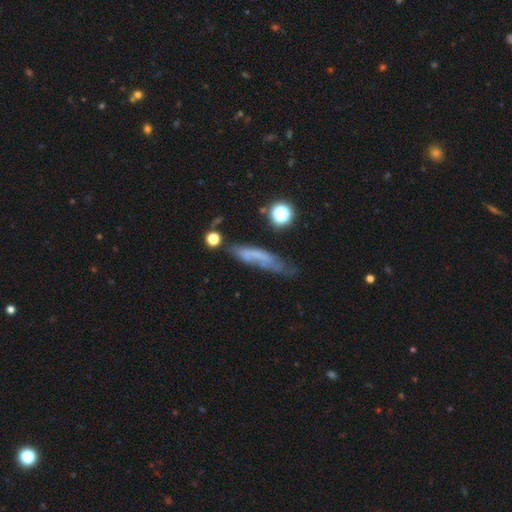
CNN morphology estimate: A smooth galaxy with no disk features (47%).

Vote fractions:
- Smooth or featured? smooth: 47% / featured or disk: 39% / star or artifact: 14%
- Merging? none: 48% / minor disturbance: 27% / major disturbance: 17% / merger: 7%